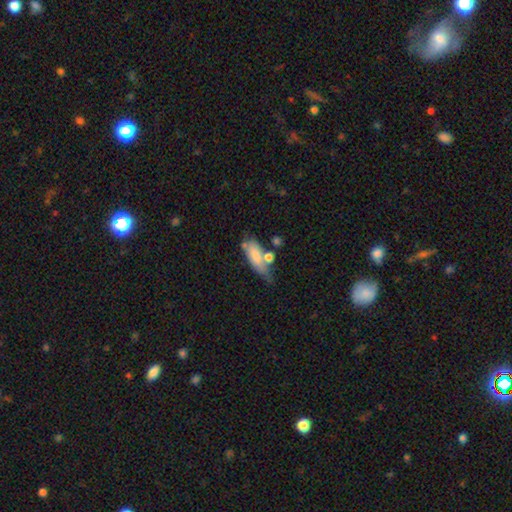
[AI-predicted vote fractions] smooth_or_featured: smooth (p=0.73) [alt: featured or disk p=0.20]
how_rounded: in between (p=0.70) [alt: cigar-shaped p=0.26]
merging: none (p=0.36) [alt: merger p=0.28]